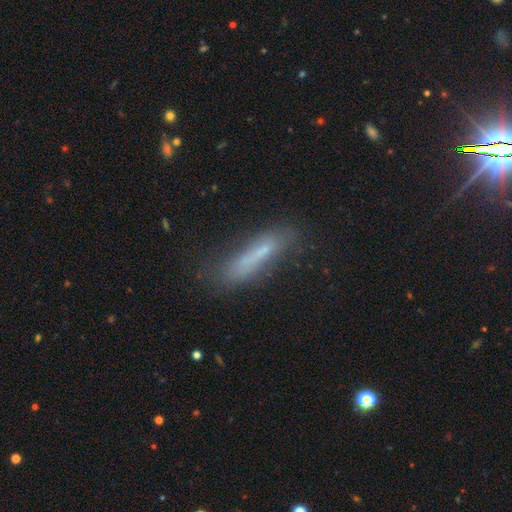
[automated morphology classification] Q: Smooth or featured?
A: smooth (59%); runner-up: featured or disk (30%)
Q: How rounded?
A: cigar-shaped (83%); runner-up: in between (16%)
Q: Merging?
A: none (61%); runner-up: minor disturbance (23%)